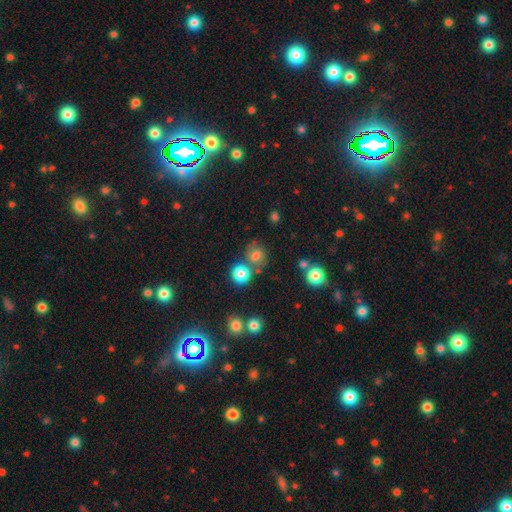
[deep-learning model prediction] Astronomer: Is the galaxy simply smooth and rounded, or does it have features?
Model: smooth — 66%.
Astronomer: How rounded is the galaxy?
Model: round — 72%.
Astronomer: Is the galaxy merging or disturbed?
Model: none — 59%.